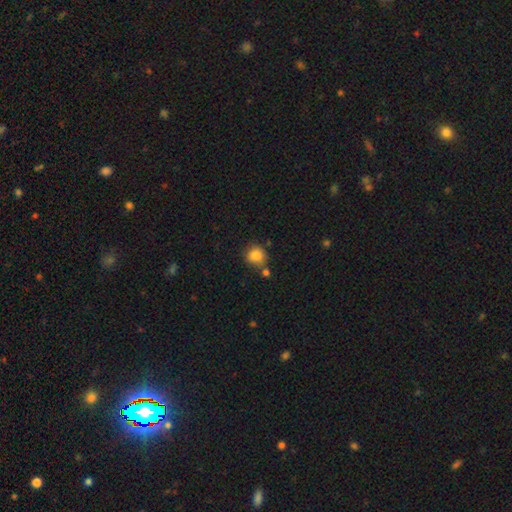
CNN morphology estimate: type=smooth (85%); roundness=round (77%); merging=none (64%).